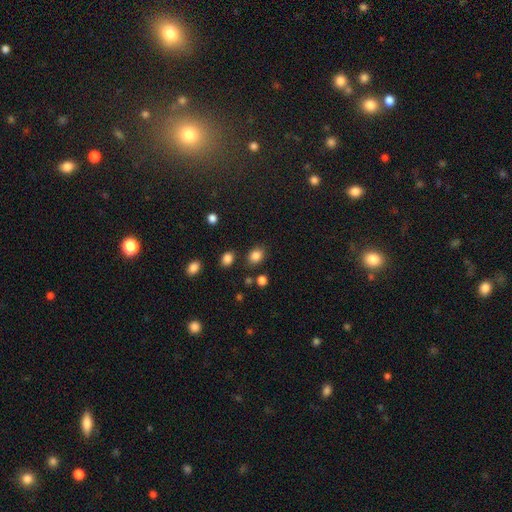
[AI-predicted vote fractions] A smooth galaxy with no disk features (84%) that is in between round and cigar-shaped (54%). Merging: none (81%).